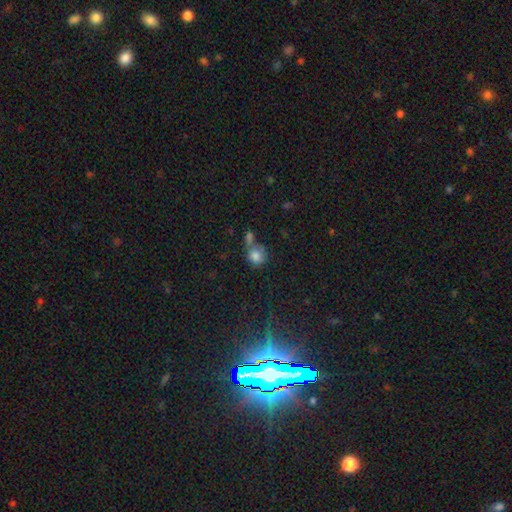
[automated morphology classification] smooth-or-featured: smooth: 81% | star or artifact: 11% | featured or disk: 9%
  how-rounded: round: 85% | in between: 14% | cigar-shaped: 1%
  merging: none: 44% | merger: 36% | minor disturbance: 13% | major disturbance: 7%